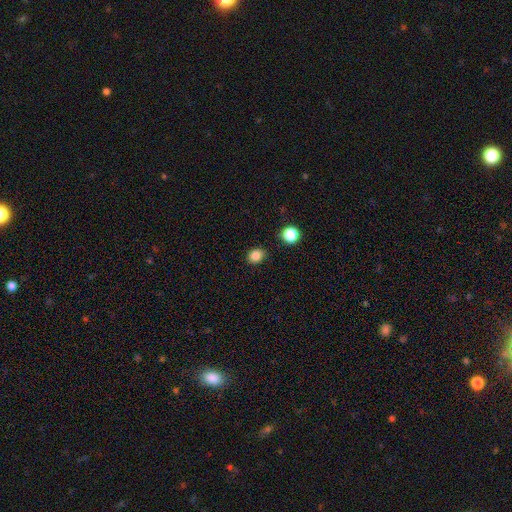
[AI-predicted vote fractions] smooth_or_featured: smooth (p=0.84) [alt: star or artifact p=0.12]
how_rounded: round (p=0.64) [alt: in between p=0.35]
merging: none (p=0.85) [alt: minor disturbance p=0.10]